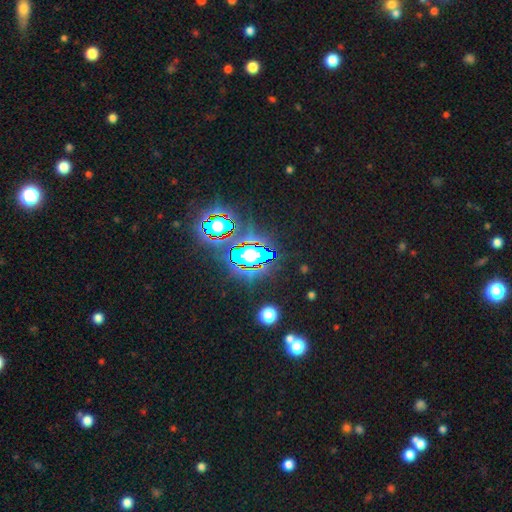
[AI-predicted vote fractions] Smooth or featured? Predicted: star or artifact (p=0.82).